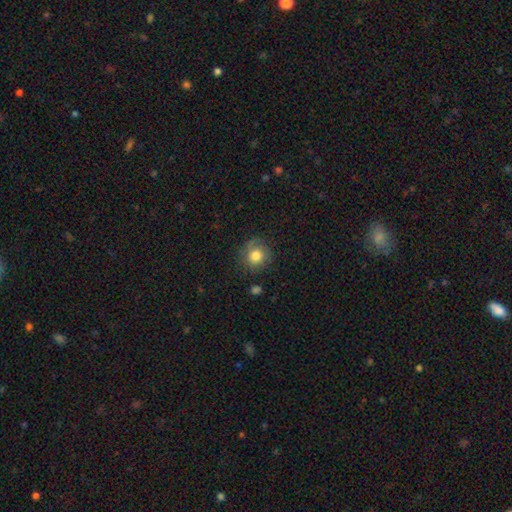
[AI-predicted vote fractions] Morphology: type=smooth (80%); roundness=round (89%); merging=none (76%).